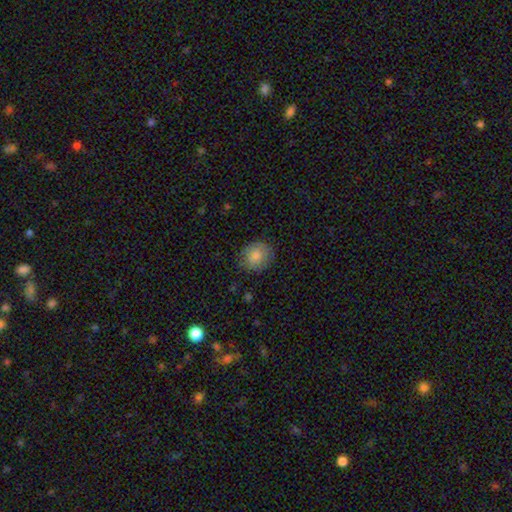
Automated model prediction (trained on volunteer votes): A smooth galaxy with no disk features (83%) that is round (75%).

Vote fractions:
- Smooth or featured? smooth: 83% / featured or disk: 8% / star or artifact: 8%
- How rounded? round: 75% / in between: 25% / cigar-shaped: 1%
- Merging? none: 82% / minor disturbance: 13% / major disturbance: 3% / merger: 1%